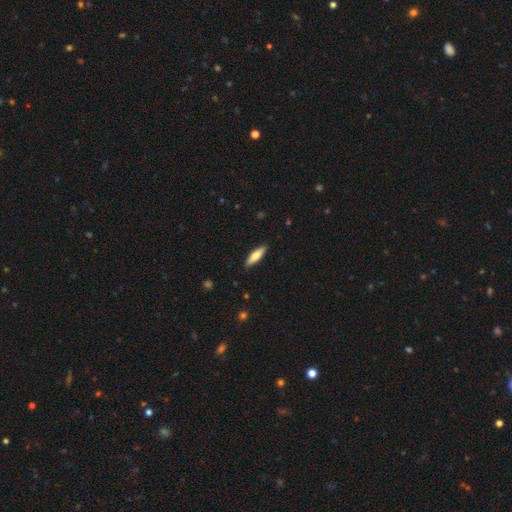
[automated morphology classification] Smooth or featured? Predicted: smooth (p=0.75). How rounded? Predicted: cigar-shaped (p=0.60). Merging? Predicted: none (p=0.89).